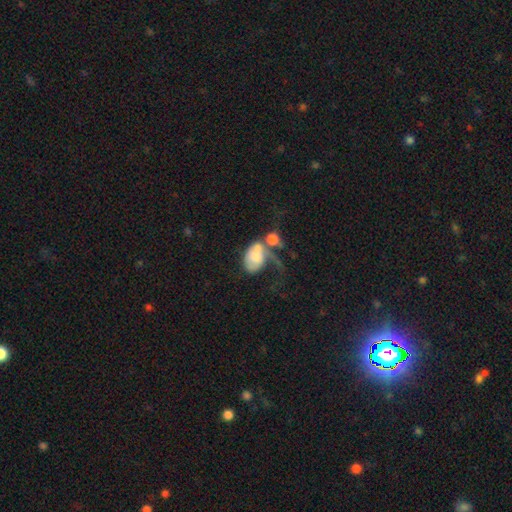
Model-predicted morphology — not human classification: Smooth or featured: smooth — 52% (featured or disk — 40%)
How rounded: in between — 80% (round — 19%)
Merging: merger — 42% (major disturbance — 36%)